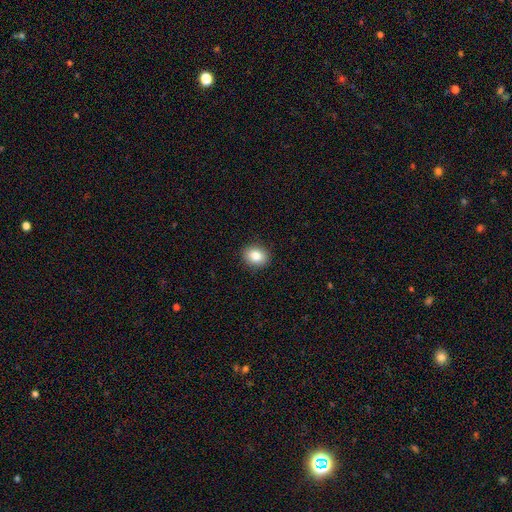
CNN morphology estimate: The model was most divided on "how rounded": round: 58%, in between: 41%, cigar-shaped: 1%. More confident: merging — none (91%); smooth or featured — smooth (84%).